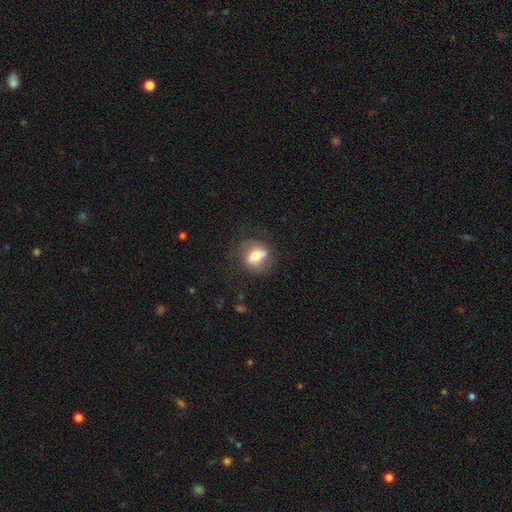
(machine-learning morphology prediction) Overall: smooth (57%; featured or disk 34%). How rounded: round (50%; in between 47%). Merging: none (60%; minor disturbance 21%).